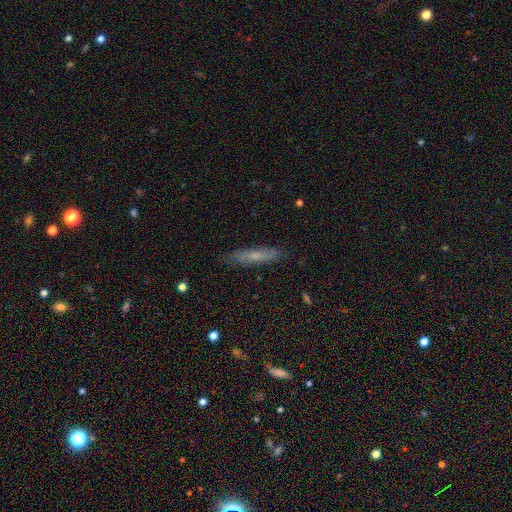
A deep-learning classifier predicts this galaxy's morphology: Smooth or featured? Predicted: smooth (p=0.59). How rounded? Predicted: cigar-shaped (p=0.90). Merging? Predicted: none (p=0.86).